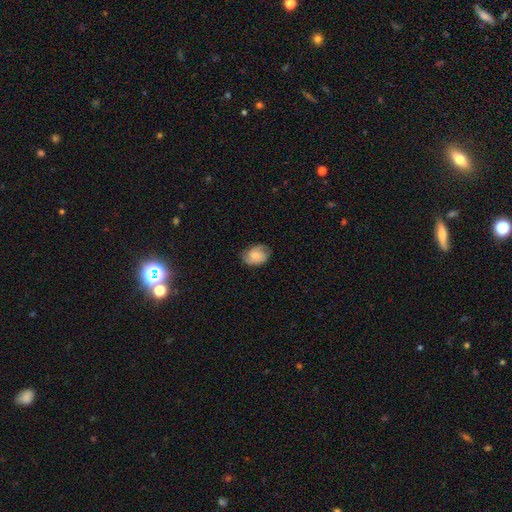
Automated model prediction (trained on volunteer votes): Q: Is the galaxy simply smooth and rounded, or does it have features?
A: smooth — 49%.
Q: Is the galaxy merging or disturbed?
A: none — 69%.